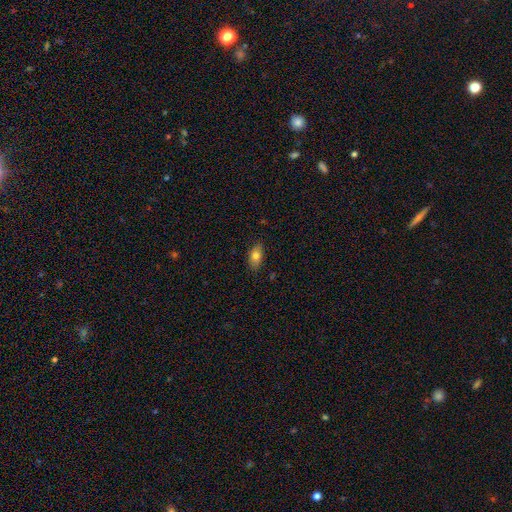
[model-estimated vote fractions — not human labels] smooth 76%, featured or disk 16%, star or artifact 8%. Down the decision tree: how rounded — in between (89%); merging — none (84%).